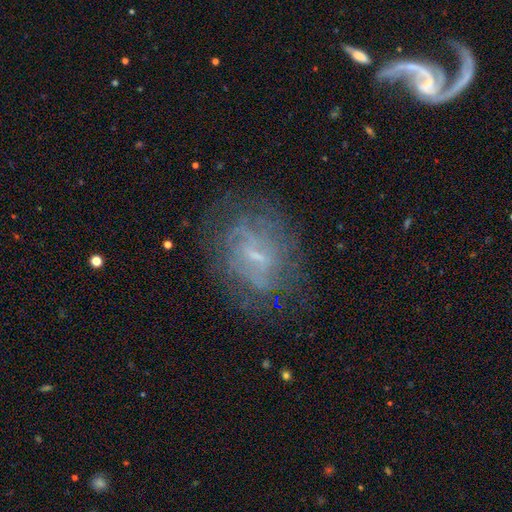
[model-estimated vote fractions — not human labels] featured or disk 69%, smooth 19%, star or artifact 12%. Down the decision tree: edge-on disk — no (95%); bar — weak (51%); spiral arms — yes (66%); bulge size — small (67%); merging — none (68%).